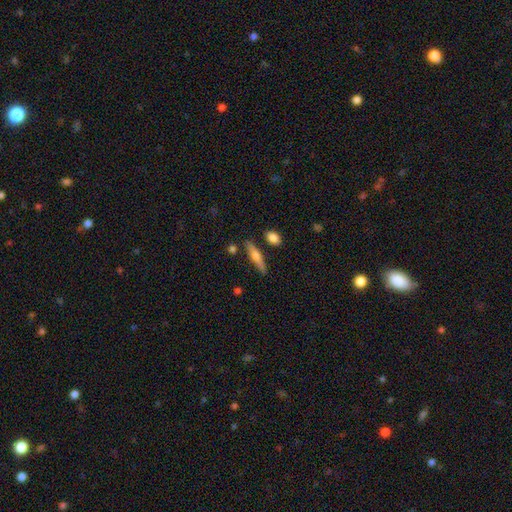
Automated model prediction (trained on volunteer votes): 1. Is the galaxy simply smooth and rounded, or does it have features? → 50% smooth, 44% featured or disk, 7% star or artifact.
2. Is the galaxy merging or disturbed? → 81% none, 11% minor disturbance, 5% merger, 3% major disturbance.